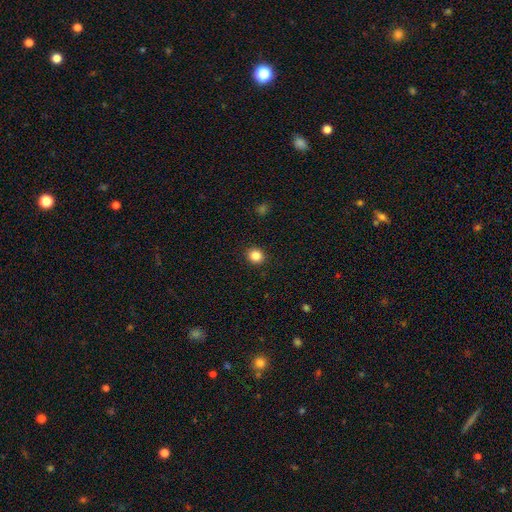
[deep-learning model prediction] A smooth galaxy with no disk features (85%) that is round (85%).

Vote fractions:
- Smooth or featured? smooth: 85% / star or artifact: 11% / featured or disk: 4%
- How rounded? round: 85% / in between: 14% / cigar-shaped: 1%
- Merging? none: 92% / minor disturbance: 5% / major disturbance: 2% / merger: 1%